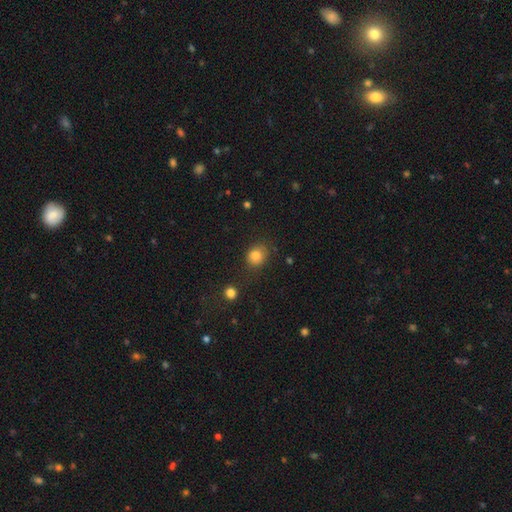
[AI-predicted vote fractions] A smooth galaxy with no disk features (83%) that is round (71%).

Vote fractions:
- Smooth or featured? smooth: 83% / star or artifact: 11% / featured or disk: 6%
- How rounded? round: 71% / in between: 28% / cigar-shaped: 1%
- Merging? none: 75% / minor disturbance: 16% / major disturbance: 5% / merger: 4%